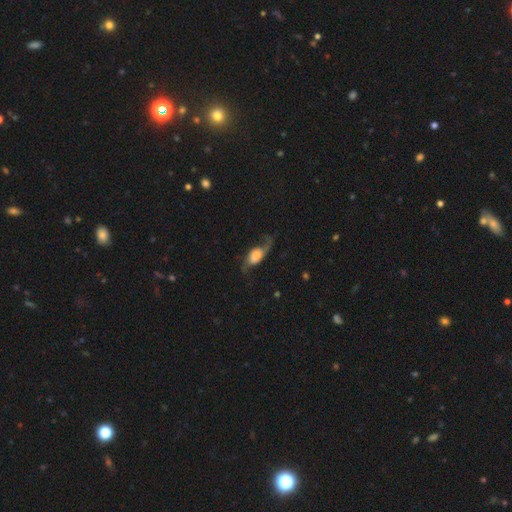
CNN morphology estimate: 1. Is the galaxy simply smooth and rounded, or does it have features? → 60% featured or disk, 31% smooth, 9% star or artifact.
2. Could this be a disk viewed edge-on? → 88% no, 12% yes.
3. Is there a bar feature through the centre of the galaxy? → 61% no, 29% weak, 10% strong.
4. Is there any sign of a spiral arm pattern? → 90% yes, 10% no.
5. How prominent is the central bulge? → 33% large, 29% dominant, 20% none, 9% small, 9% moderate.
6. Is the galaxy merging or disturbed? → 53% none, 23% major disturbance, 22% minor disturbance, 3% merger.